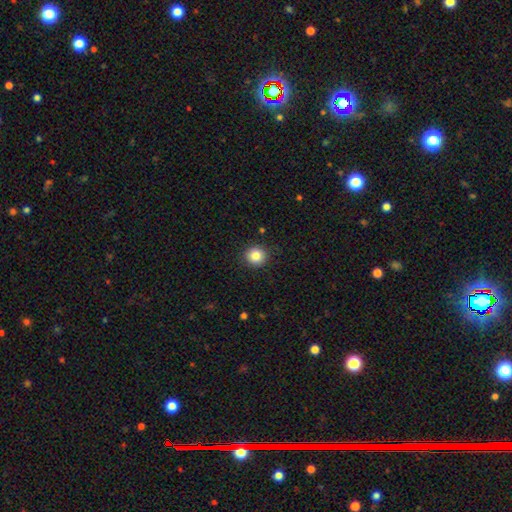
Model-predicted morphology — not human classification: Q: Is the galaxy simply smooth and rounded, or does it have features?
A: smooth — 84%.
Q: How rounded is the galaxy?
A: round — 91%.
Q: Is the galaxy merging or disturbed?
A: none — 91%.